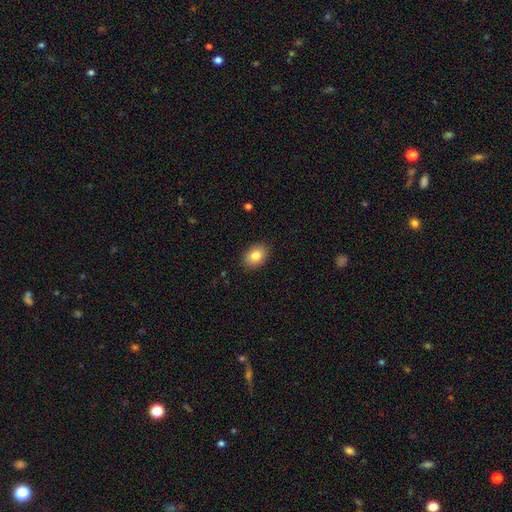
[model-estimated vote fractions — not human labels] The model was most divided on "how rounded": in between: 72%, round: 26%, cigar-shaped: 1%. More confident: merging — none (88%); smooth or featured — smooth (82%).